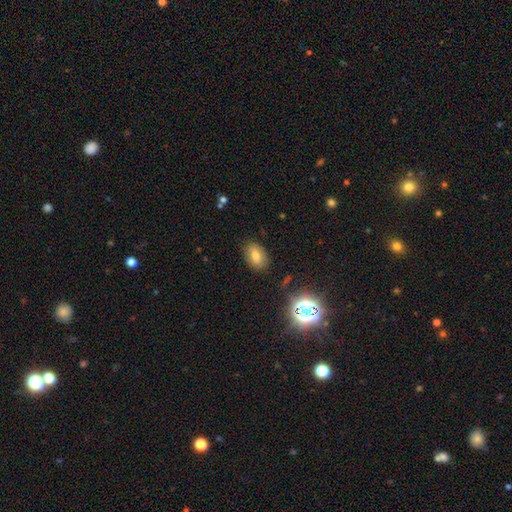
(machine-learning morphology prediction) A smooth galaxy with no disk features (70%) that is in between round and cigar-shaped (83%). Merging: none (84%).